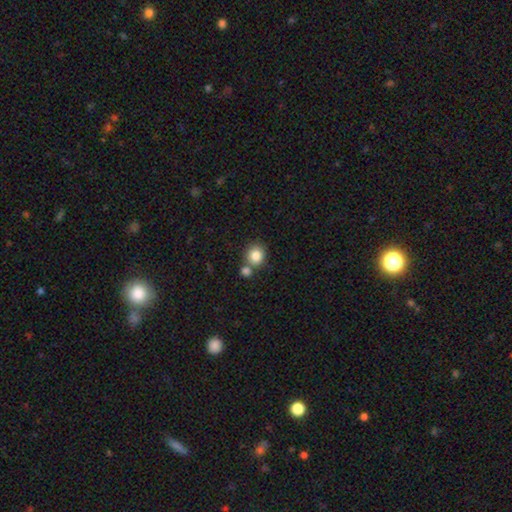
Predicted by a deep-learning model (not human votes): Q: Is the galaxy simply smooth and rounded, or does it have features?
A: smooth — 84%.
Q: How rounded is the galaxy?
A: round — 82%.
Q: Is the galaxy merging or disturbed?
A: none — 59%.